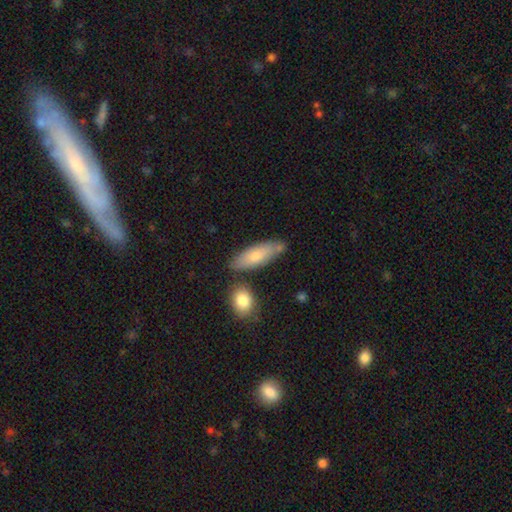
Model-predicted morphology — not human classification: smooth-or-featured: smooth: 72% | featured or disk: 21% | star or artifact: 6%
  how-rounded: in between: 53% | cigar-shaped: 45% | round: 2%
  merging: none: 72% | minor disturbance: 15% | merger: 10% | major disturbance: 3%